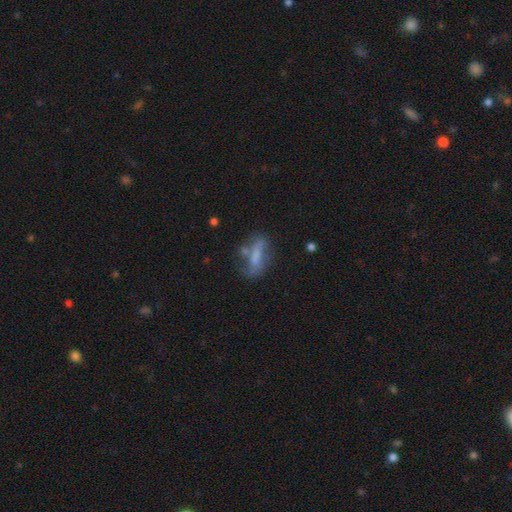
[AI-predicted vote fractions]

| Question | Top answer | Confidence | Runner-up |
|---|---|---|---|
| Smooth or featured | smooth | 46% | featured or disk (44%) |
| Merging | none | 46% | minor disturbance (25%) |